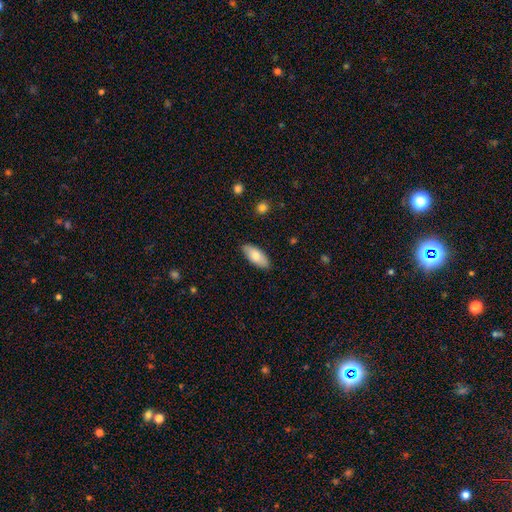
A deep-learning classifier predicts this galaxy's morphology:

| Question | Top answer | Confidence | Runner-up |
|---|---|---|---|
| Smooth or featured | smooth | 77% | featured or disk (17%) |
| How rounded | in between | 88% | cigar-shaped (10%) |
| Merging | none | 85% | minor disturbance (12%) |